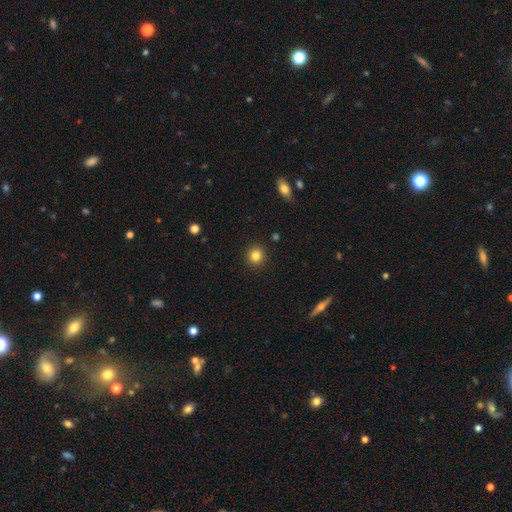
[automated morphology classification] Smooth or featured? smooth (83%)
How rounded? round (93%)
Merging? none (92%)